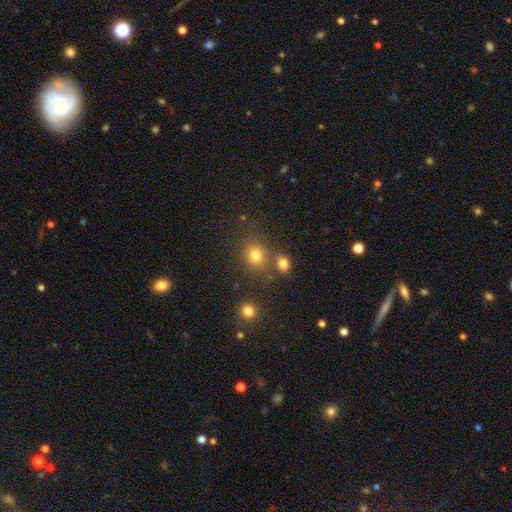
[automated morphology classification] The model was most divided on "how rounded": round: 76%, in between: 23%, cigar-shaped: 1%. More confident: smooth or featured — smooth (77%); merging — none (69%).